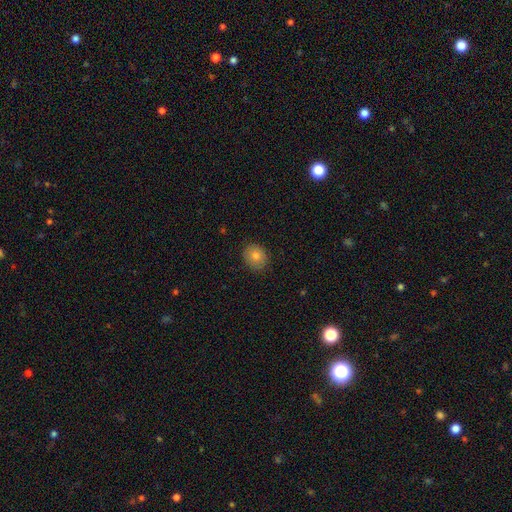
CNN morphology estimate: Smooth or featured?
  - smooth: 78% *
  - featured or disk: 11%
  - star or artifact: 10%
How rounded?
  - round: 65% *
  - in between: 34%
  - cigar-shaped: 1%
Merging?
  - none: 86% *
  - minor disturbance: 11%
  - major disturbance: 2%
  - merger: 1%